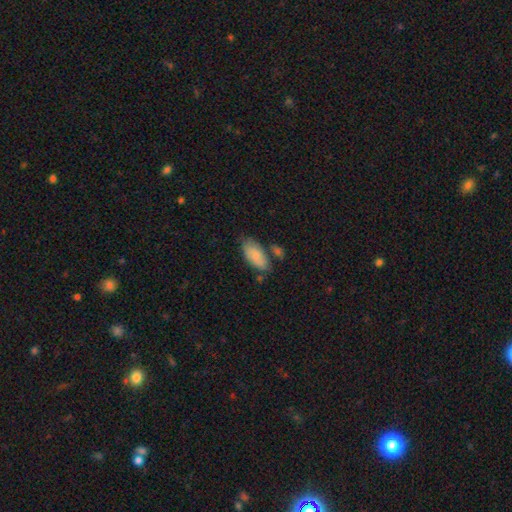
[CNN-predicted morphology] This appears to be a smooth galaxy with no disk features (82%) that is in between round and cigar-shaped (92%). Merging: none (61%).